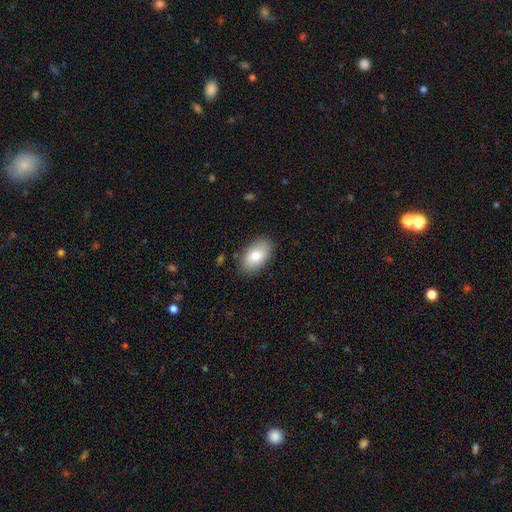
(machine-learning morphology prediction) smooth 78%, featured or disk 15%, star or artifact 7%. Down the decision tree: how rounded — in between (92%); merging — none (85%).